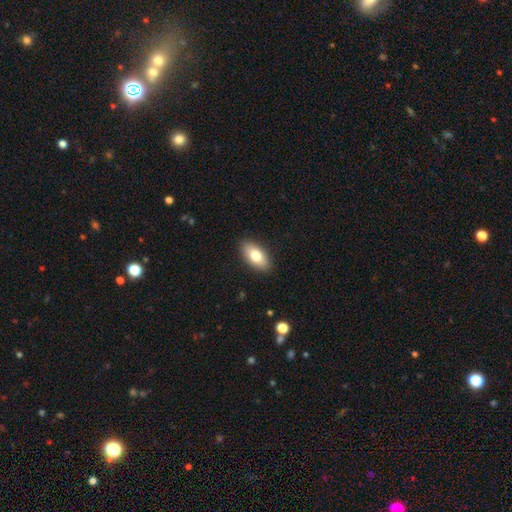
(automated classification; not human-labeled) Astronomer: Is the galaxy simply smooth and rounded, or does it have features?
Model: smooth — 78%.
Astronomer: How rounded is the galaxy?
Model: in between — 91%.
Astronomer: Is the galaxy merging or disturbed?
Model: none — 88%.